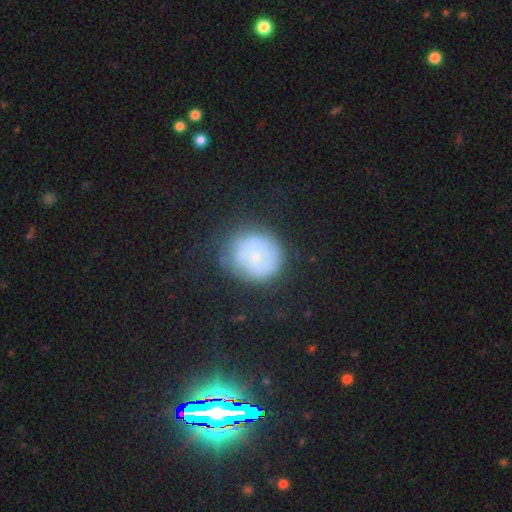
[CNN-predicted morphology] Smooth or featured? smooth (54%)
How rounded? round (84%)
Merging? none (60%)